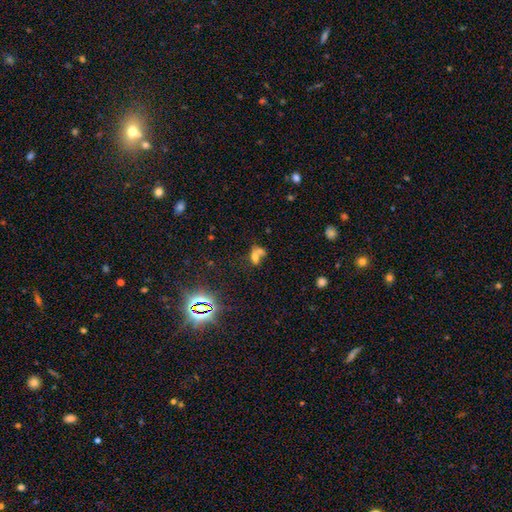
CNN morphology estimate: Smooth or featured: smooth — 57% (star or artifact — 24%)
How rounded: in between — 71% (round — 24%)
Merging: merger — 64% (none — 22%)